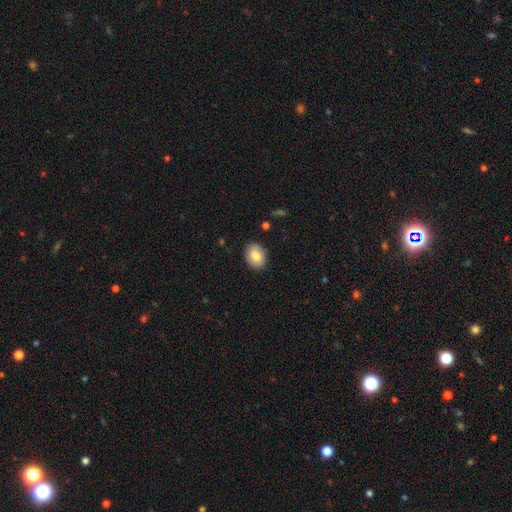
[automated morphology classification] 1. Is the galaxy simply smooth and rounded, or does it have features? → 79% smooth, 13% featured or disk, 8% star or artifact.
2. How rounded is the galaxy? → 61% in between, 38% round, 1% cigar-shaped.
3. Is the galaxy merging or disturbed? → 88% none, 9% minor disturbance, 2% major disturbance, 1% merger.